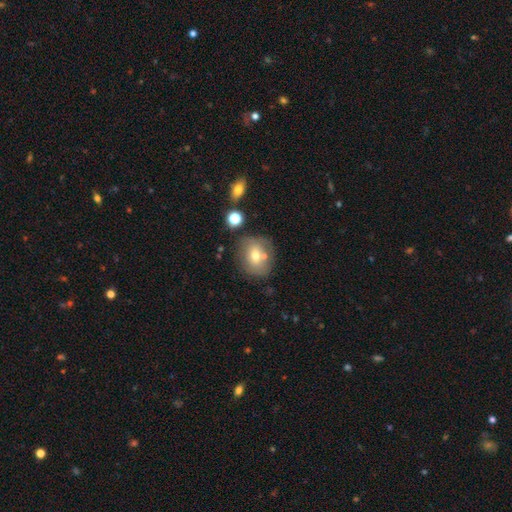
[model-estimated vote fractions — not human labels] Smooth or featured?
  - smooth: 65% *
  - featured or disk: 25%
  - star or artifact: 10%
How rounded?
  - round: 61% *
  - in between: 38%
  - cigar-shaped: 1%
Merging?
  - none: 60% *
  - merger: 18%
  - minor disturbance: 17%
  - major disturbance: 6%